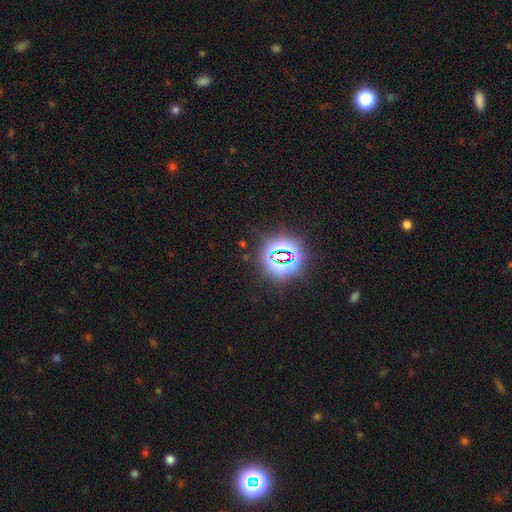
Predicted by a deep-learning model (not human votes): This is clearly a star or artifact rather than a galaxy (83%).